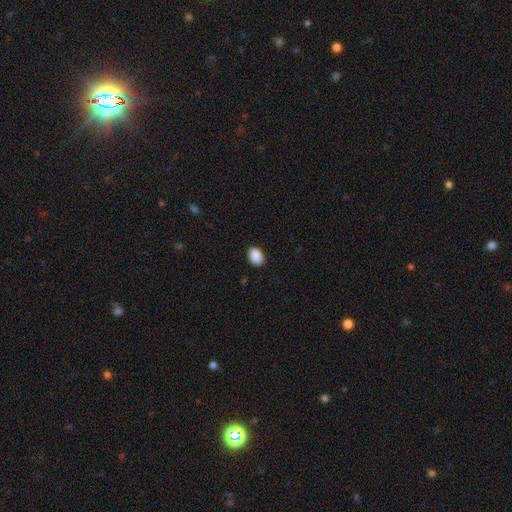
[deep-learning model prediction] Smooth or featured? Predicted: smooth (p=0.90). How rounded? Predicted: in between (p=0.82). Merging? Predicted: none (p=0.88).